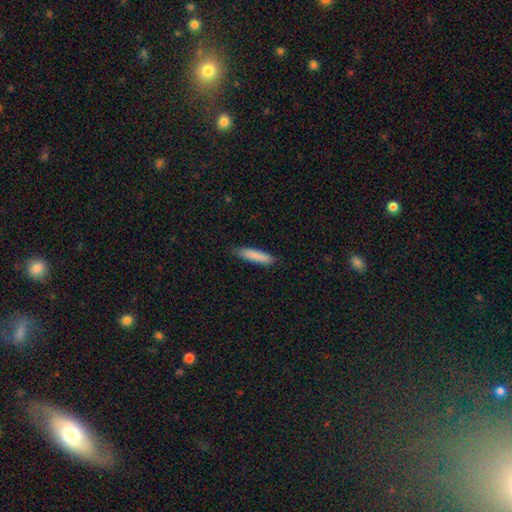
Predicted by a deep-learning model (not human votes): Smooth or featured? smooth (86%)
How rounded? cigar-shaped (81%)
Merging? none (87%)